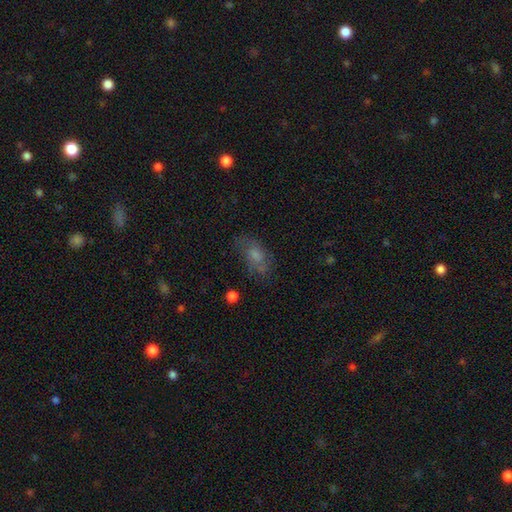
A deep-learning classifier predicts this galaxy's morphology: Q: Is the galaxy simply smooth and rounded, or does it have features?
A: smooth — 52%.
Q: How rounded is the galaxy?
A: in between — 86%.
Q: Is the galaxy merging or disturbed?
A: none — 57%.